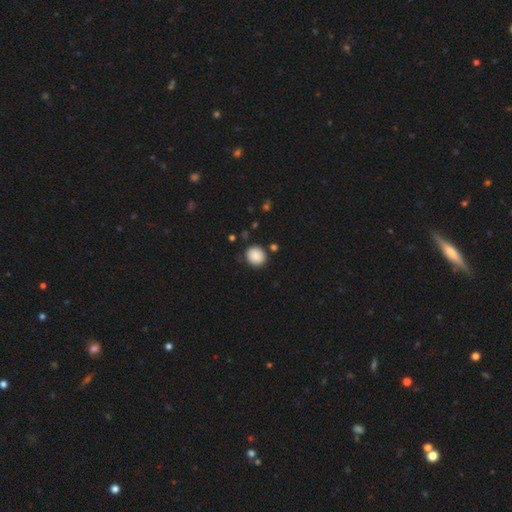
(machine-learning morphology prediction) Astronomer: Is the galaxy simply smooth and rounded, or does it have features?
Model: smooth — 88%.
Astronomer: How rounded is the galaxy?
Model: round — 82%.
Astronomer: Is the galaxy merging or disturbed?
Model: none — 84%.